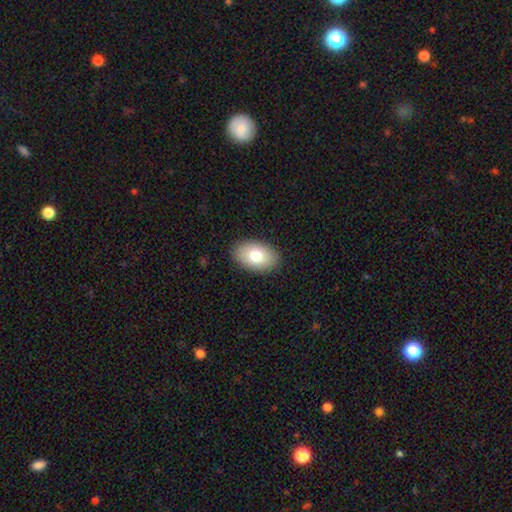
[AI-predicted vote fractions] Smooth or featured? Predicted: smooth (p=0.76). How rounded? Predicted: in between (p=0.90). Merging? Predicted: none (p=0.88).